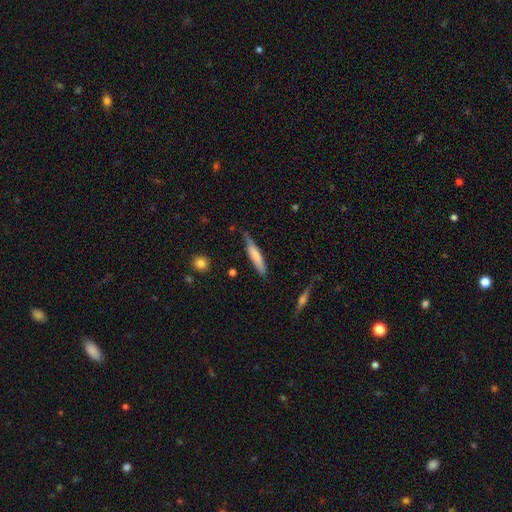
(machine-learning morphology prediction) The model was most divided on "smooth or featured": smooth: 64%, featured or disk: 30%, star or artifact: 6%. More confident: how rounded — cigar-shaped (84%); merging — none (65%).